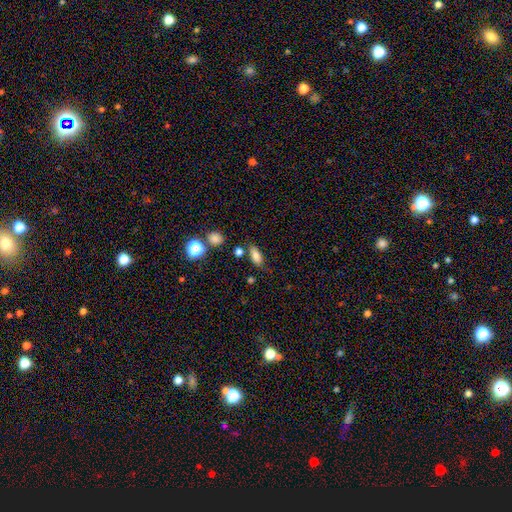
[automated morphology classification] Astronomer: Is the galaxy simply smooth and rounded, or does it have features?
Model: smooth — 79%.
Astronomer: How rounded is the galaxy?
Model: in between — 82%.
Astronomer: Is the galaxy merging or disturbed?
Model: none — 74%.